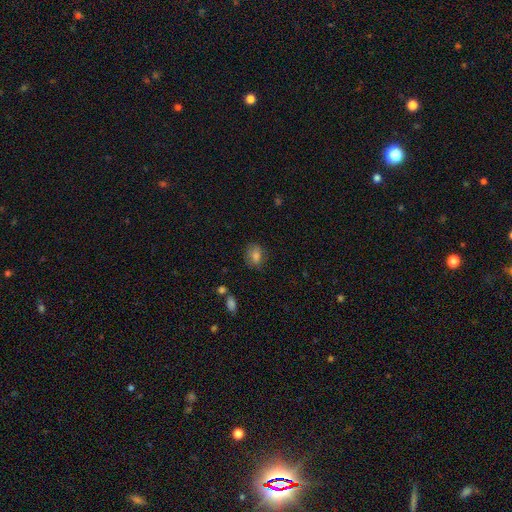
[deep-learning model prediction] smooth 80%, featured or disk 10%, star or artifact 10%. Down the decision tree: how rounded — in between (59%); merging — none (73%).